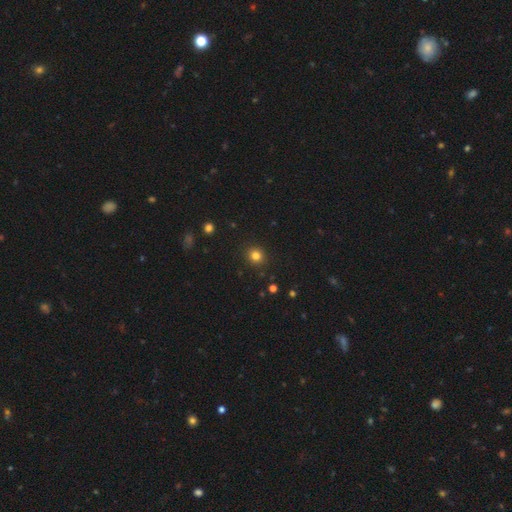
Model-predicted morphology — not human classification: Overall: smooth (81%). How rounded: round (88%). Merging: none (91%).